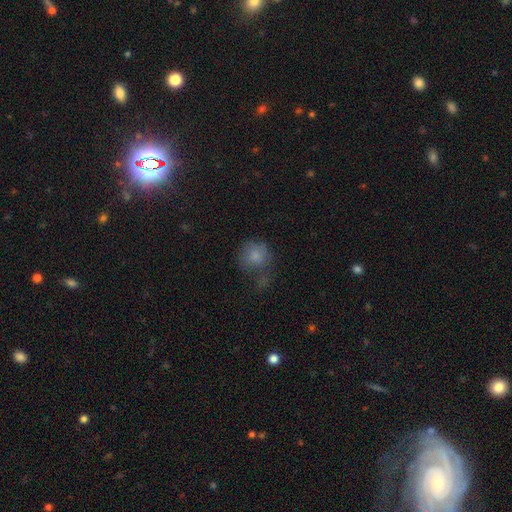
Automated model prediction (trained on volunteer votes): smooth-or-featured: smooth: 78% | featured or disk: 12% | star or artifact: 10%
  how-rounded: round: 82% | in between: 17% | cigar-shaped: 1%
  merging: none: 37% | major disturbance: 26% | minor disturbance: 23% | merger: 14%